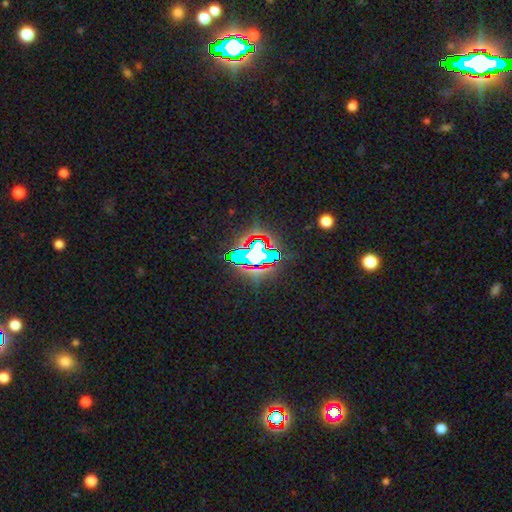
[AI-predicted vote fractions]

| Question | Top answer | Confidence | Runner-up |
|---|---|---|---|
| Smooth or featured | star or artifact | 70% | smooth (15%) |